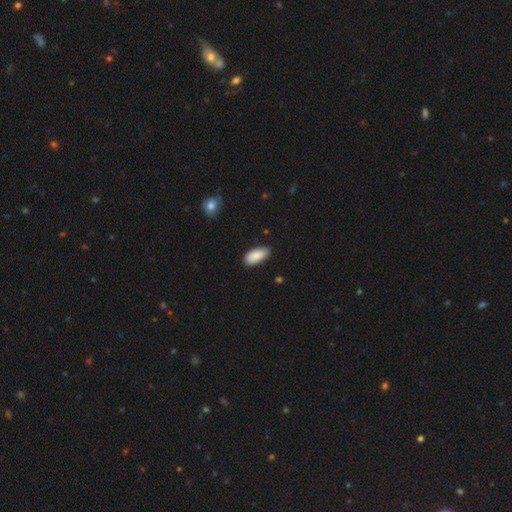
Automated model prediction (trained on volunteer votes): Smooth or featured: smooth — 89% (star or artifact — 6%)
How rounded: in between — 91% (cigar-shaped — 7%)
Merging: none — 83% (minor disturbance — 13%)